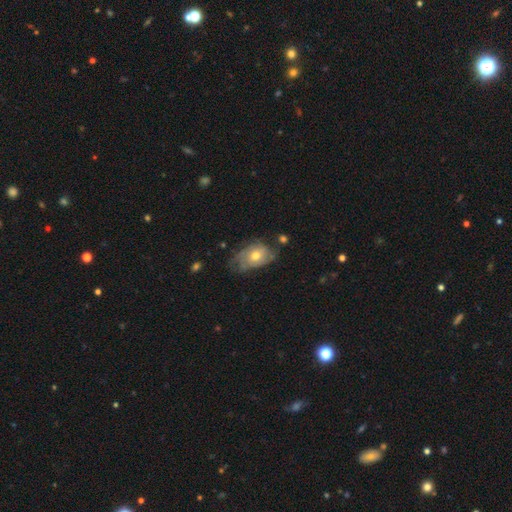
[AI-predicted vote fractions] This is possibly a featured or disk galaxy (49%). Merging: marginally none (43%).